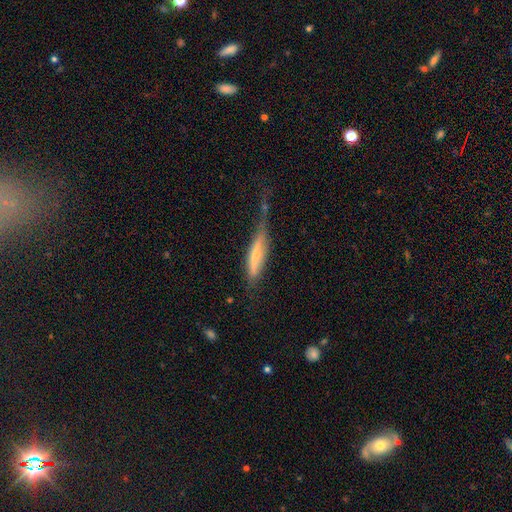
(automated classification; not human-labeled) Smooth or featured? Predicted: smooth (p=0.49). Merging? Predicted: none (p=0.34).